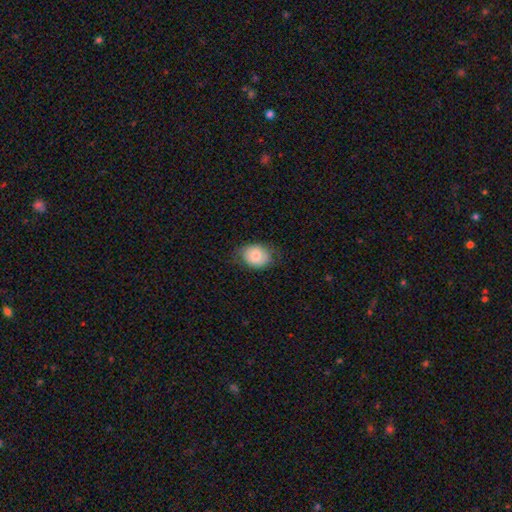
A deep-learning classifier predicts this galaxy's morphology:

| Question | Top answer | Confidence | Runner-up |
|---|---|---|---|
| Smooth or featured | smooth | 81% | featured or disk (12%) |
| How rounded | in between | 54% | round (45%) |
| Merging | none | 72% | minor disturbance (21%) |